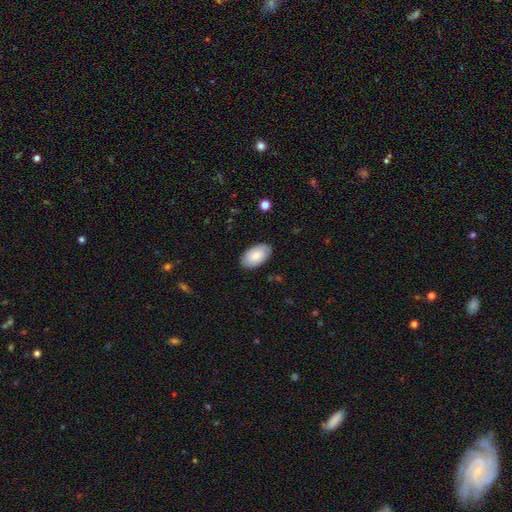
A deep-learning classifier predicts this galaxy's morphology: Q: Smooth or featured?
A: smooth (79%); runner-up: featured or disk (15%)
Q: How rounded?
A: in between (95%); runner-up: round (3%)
Q: Merging?
A: none (85%); runner-up: minor disturbance (12%)